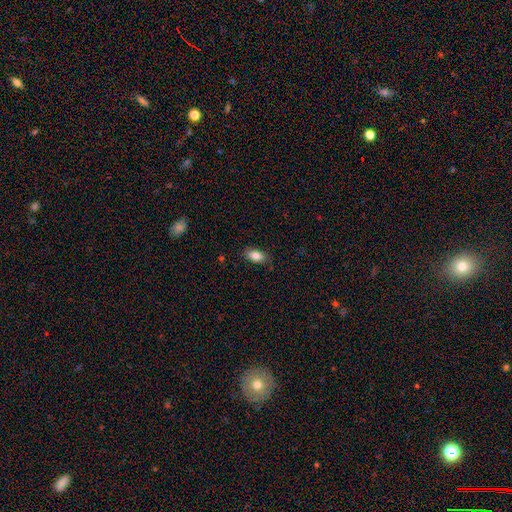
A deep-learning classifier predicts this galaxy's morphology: smooth_or_featured: smooth (p=0.83) [alt: featured or disk p=0.09]
how_rounded: in between (p=0.90) [alt: round p=0.06]
merging: none (p=0.84) [alt: minor disturbance p=0.13]